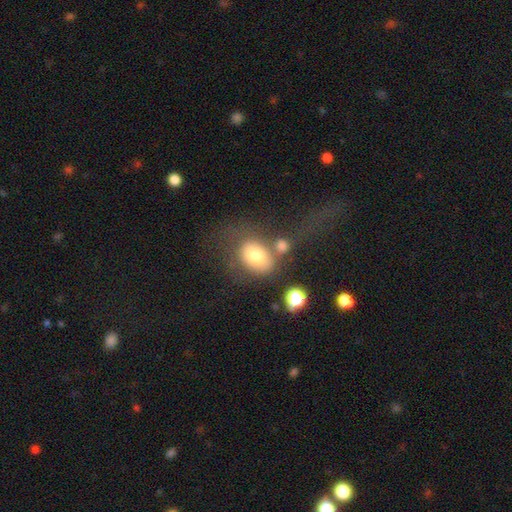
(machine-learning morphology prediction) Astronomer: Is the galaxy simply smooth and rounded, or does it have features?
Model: smooth — 73%.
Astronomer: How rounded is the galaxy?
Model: in between — 59% (runner-up: round, 40%).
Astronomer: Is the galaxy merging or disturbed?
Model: none — 45% (runner-up: merger, 20%).